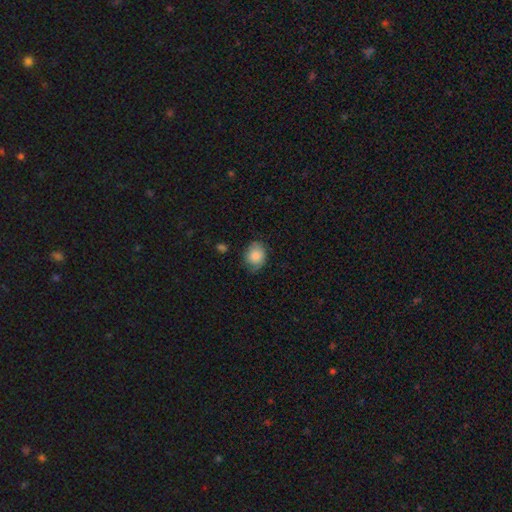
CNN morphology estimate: Smooth or featured?
  - smooth: 84% *
  - featured or disk: 9%
  - star or artifact: 8%
How rounded?
  - in between: 52% *
  - round: 47%
  - cigar-shaped: 1%
Merging?
  - none: 71% *
  - minor disturbance: 23%
  - major disturbance: 4%
  - merger: 1%